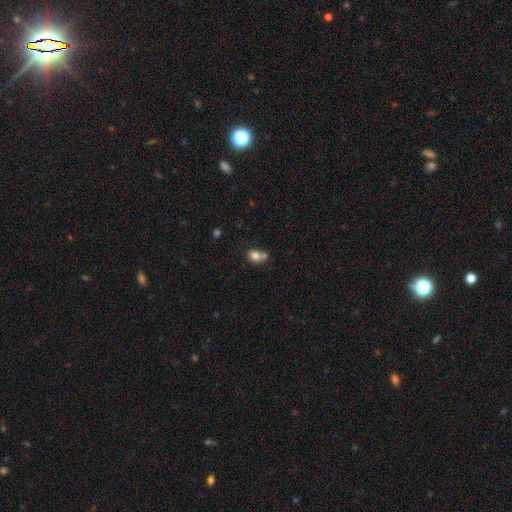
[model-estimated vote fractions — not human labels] Morphology: type=smooth (78%); roundness=round (59%); merging=merger (45%).